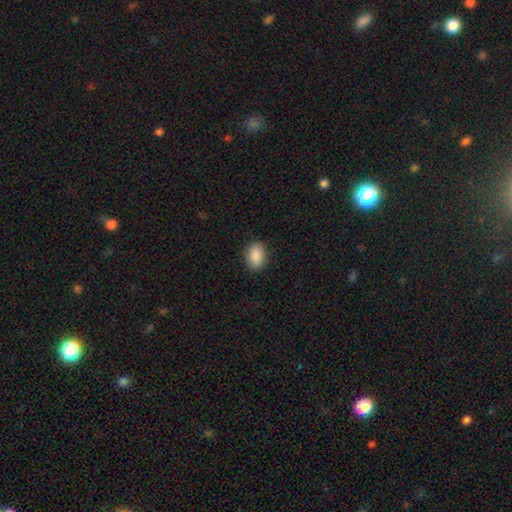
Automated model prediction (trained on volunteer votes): Q: Smooth or featured?
A: smooth (89%); runner-up: star or artifact (8%)
Q: How rounded?
A: in between (76%); runner-up: round (22%)
Q: Merging?
A: none (88%); runner-up: minor disturbance (9%)